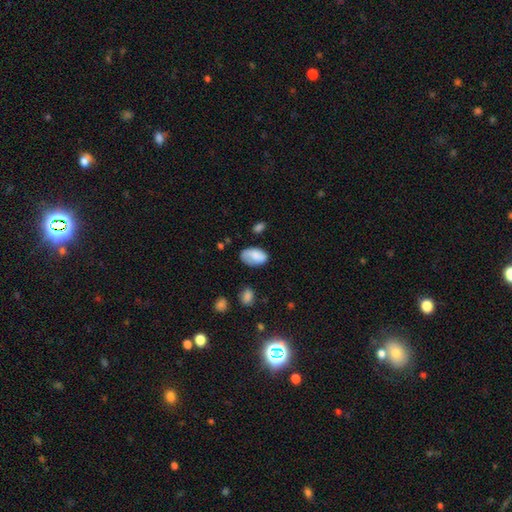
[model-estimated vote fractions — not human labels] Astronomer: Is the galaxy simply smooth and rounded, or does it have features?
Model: smooth — 77%.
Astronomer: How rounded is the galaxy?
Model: in between — 93%.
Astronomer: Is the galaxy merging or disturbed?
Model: none — 59%.